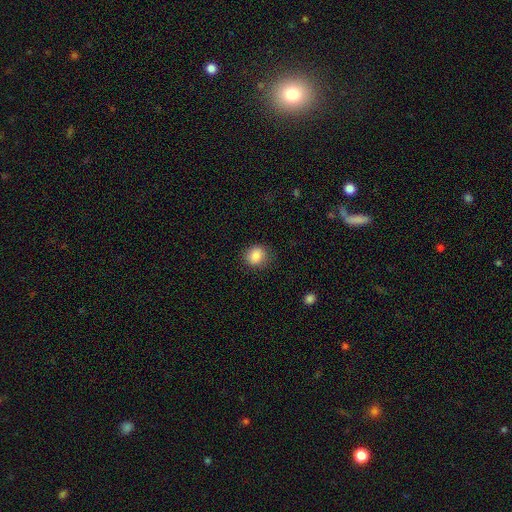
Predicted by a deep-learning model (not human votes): Overall: smooth (86%). How rounded: round (76%). Merging: none (82%).